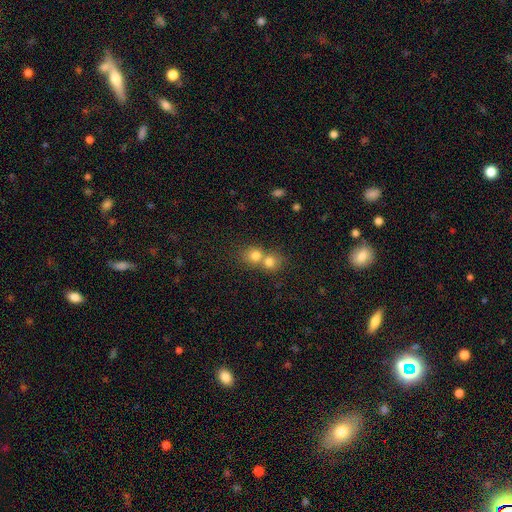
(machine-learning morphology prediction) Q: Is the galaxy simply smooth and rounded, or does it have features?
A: smooth — 76%.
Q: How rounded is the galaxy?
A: round — 77%.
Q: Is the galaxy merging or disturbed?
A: merger — 63%.